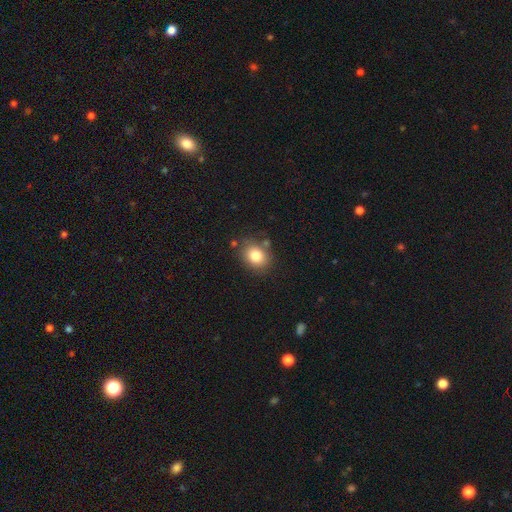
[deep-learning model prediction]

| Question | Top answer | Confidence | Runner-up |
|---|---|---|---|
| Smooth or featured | smooth | 82% | star or artifact (10%) |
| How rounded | in between | 51% | round (48%) |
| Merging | none | 76% | minor disturbance (14%) |